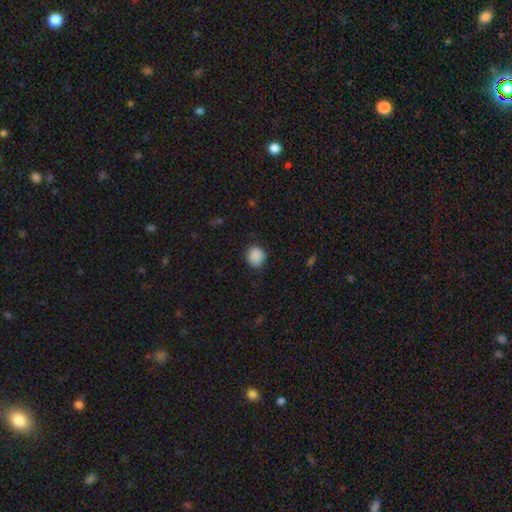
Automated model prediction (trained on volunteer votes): smooth_or_featured: smooth (p=0.88) [alt: star or artifact p=0.09]
how_rounded: round (p=0.85) [alt: in between p=0.14]
merging: none (p=0.86) [alt: minor disturbance p=0.10]